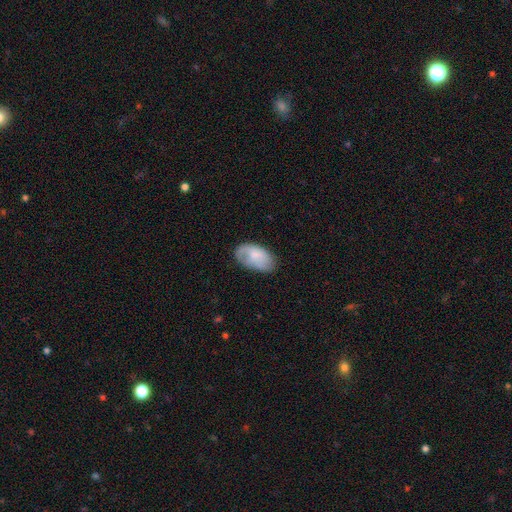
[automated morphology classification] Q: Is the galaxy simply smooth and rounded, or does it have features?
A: smooth — 63%.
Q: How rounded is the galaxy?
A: in between — 93%.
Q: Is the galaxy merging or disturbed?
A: none — 60%.